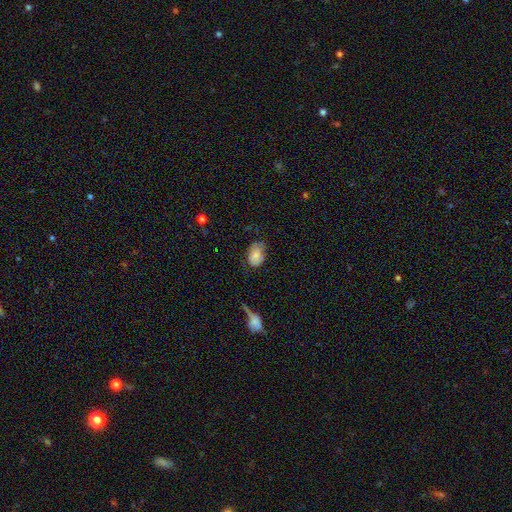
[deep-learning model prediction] This is likely a smooth galaxy (73%). How rounded: clearly in between (88%). Merging: possibly none (55%).